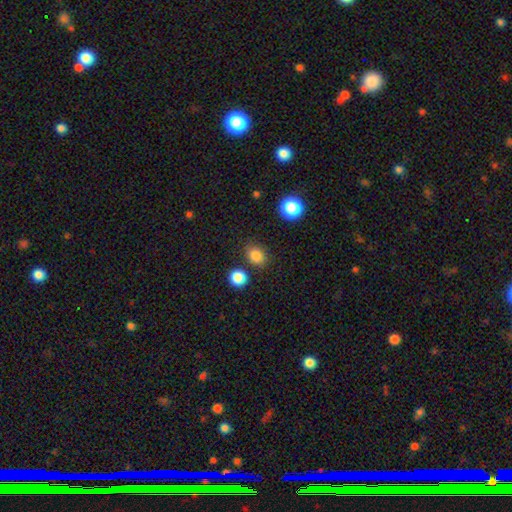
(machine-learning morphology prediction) The model was most divided on "how rounded": in between: 54%, round: 45%, cigar-shaped: 1%. More confident: smooth or featured — smooth (84%); merging — none (80%).